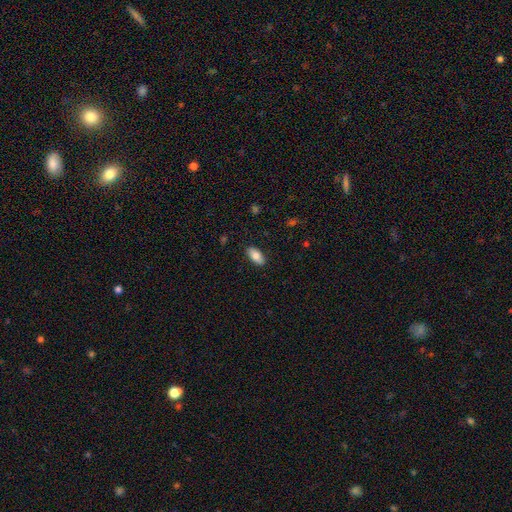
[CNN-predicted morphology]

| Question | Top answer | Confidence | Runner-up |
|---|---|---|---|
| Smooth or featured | smooth | 82% | featured or disk (12%) |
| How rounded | in between | 91% | cigar-shaped (7%) |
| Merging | none | 88% | minor disturbance (9%) |